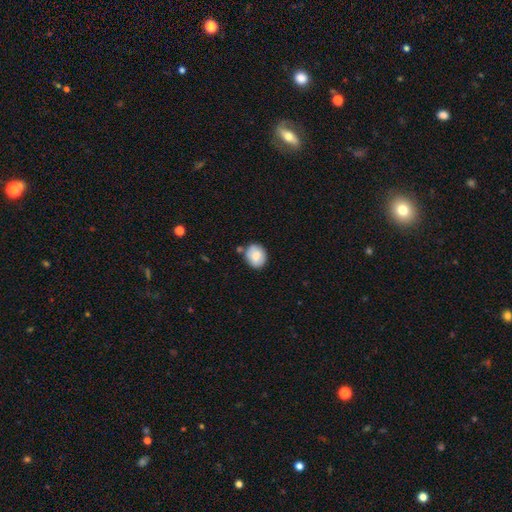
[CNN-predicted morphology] smooth 80%, featured or disk 13%, star or artifact 7%. Down the decision tree: how rounded — round (60%); merging — none (74%).